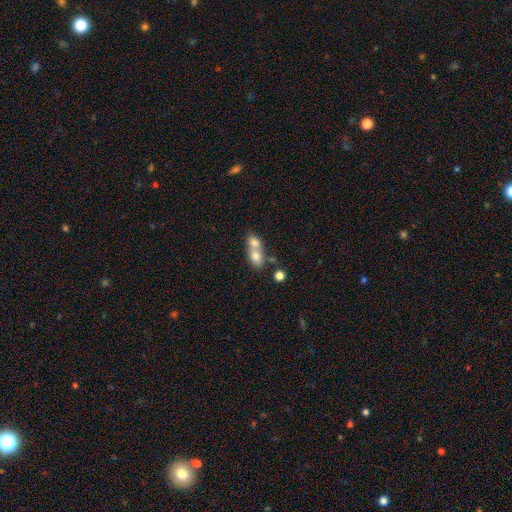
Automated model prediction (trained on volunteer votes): Smooth or featured: smooth — 73% (featured or disk — 18%)
How rounded: in between — 60% (round — 36%)
Merging: merger — 73% (none — 19%)